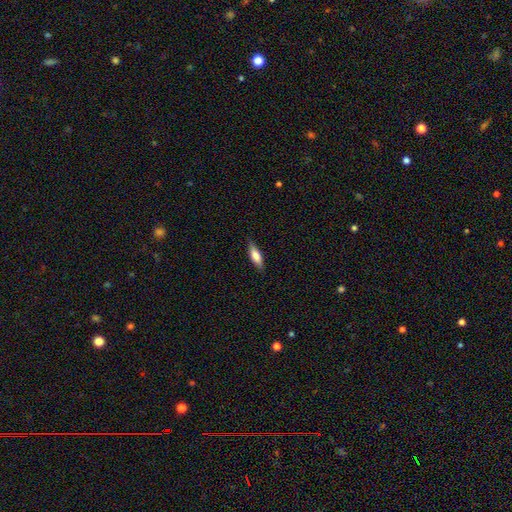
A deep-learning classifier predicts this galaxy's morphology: Smooth or featured? smooth (69%)
How rounded? cigar-shaped (49%, tied with in between)
Merging? none (86%)